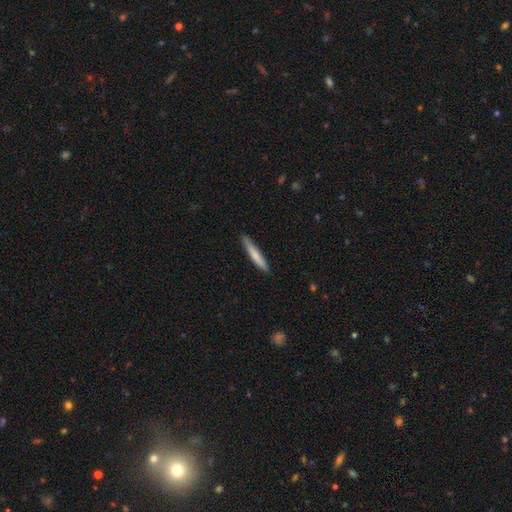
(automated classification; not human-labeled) smooth 74%, featured or disk 20%, star or artifact 5%. Down the decision tree: how rounded — cigar-shaped (94%); merging — none (87%).